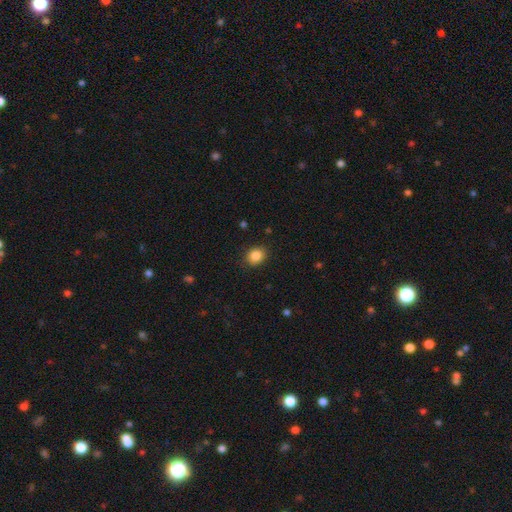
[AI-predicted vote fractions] Smooth or featured: smooth — 86% (star or artifact — 10%)
How rounded: round — 60% (in between — 39%)
Merging: none — 88% (minor disturbance — 9%)